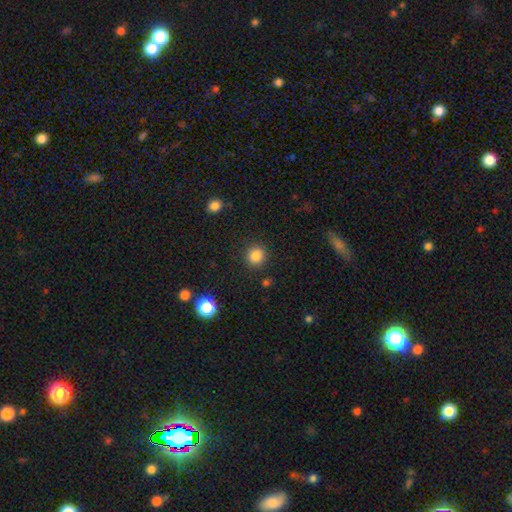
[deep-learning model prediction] smooth 85%, star or artifact 11%, featured or disk 4%. Down the decision tree: how rounded — round (90%); merging — none (90%).